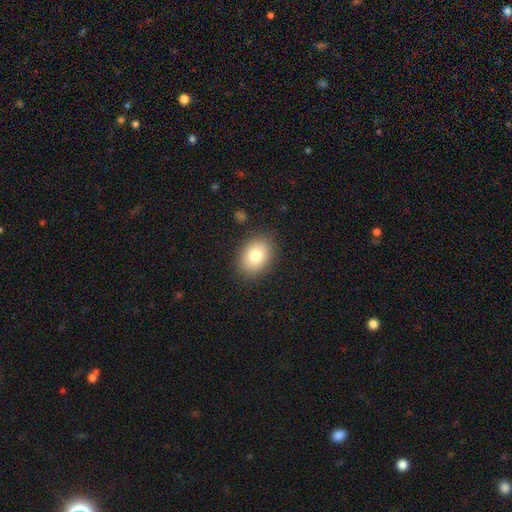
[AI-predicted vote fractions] Smooth or featured?
  - smooth: 80% *
  - featured or disk: 11%
  - star or artifact: 9%
How rounded?
  - in between: 73% *
  - round: 26%
  - cigar-shaped: 1%
Merging?
  - none: 86% *
  - minor disturbance: 10%
  - major disturbance: 3%
  - merger: 1%